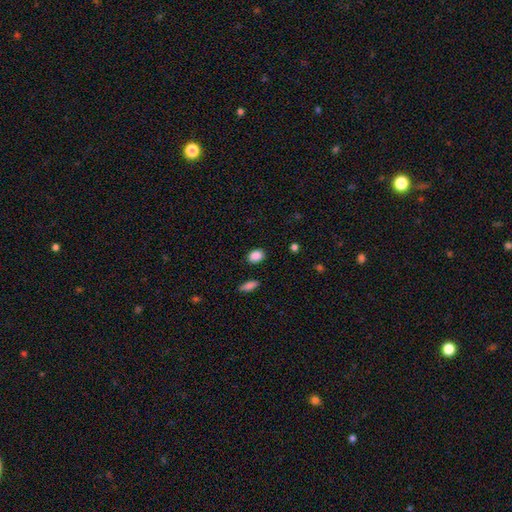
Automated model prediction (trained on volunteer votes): smooth-or-featured: smooth: 88% | star or artifact: 8% | featured or disk: 3%
  how-rounded: in between: 64% | round: 35% | cigar-shaped: 1%
  merging: none: 87% | minor disturbance: 9% | major disturbance: 2% | merger: 2%